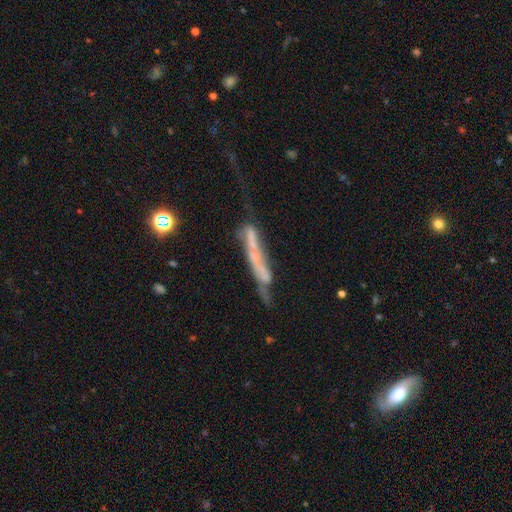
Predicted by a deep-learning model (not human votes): Q: Smooth or featured?
A: featured or disk (57%); runner-up: smooth (31%)
Q: Edge-on disk?
A: yes (64%); runner-up: no (36%)
Q: Merging?
A: none (39%); runner-up: minor disturbance (24%)